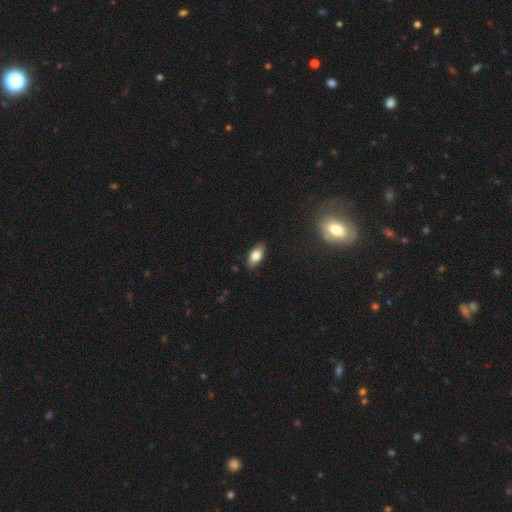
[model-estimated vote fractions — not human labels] This is likely a smooth galaxy (76%). How rounded: clearly in between (88%). Merging: clearly none (86%).